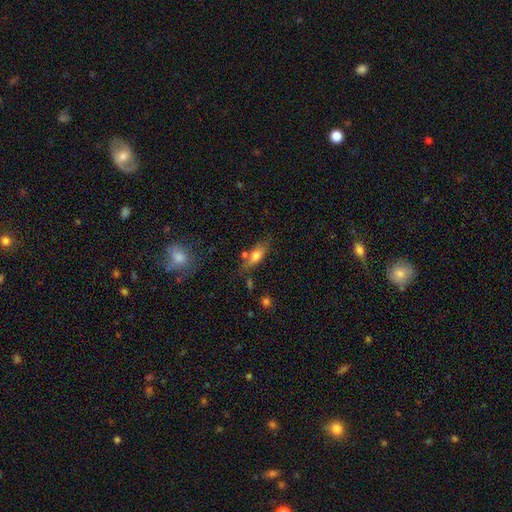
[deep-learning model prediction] Smooth or featured?
  - smooth: 69% *
  - featured or disk: 23%
  - star or artifact: 8%
How rounded?
  - in between: 71% *
  - cigar-shaped: 26%
  - round: 4%
Merging?
  - none: 63% *
  - minor disturbance: 20%
  - merger: 12%
  - major disturbance: 6%